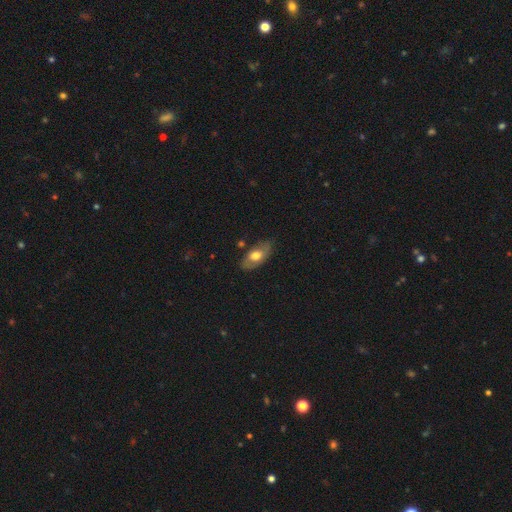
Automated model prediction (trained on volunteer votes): This is possibly a smooth galaxy (58%). How rounded: clearly in between (90%). Merging: likely none (74%).